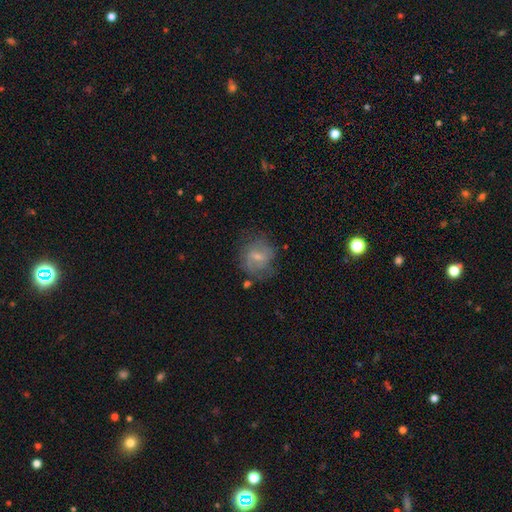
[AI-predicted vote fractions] Smooth or featured? Predicted: featured or disk (p=0.47). Merging? Predicted: none (p=0.69).